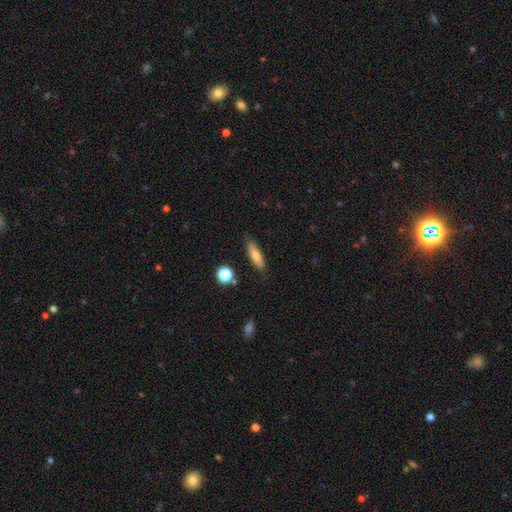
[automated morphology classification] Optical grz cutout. It shows a smooth galaxy with no disk features (74%) that is cigar-shaped (65%). Merging: none (84%).